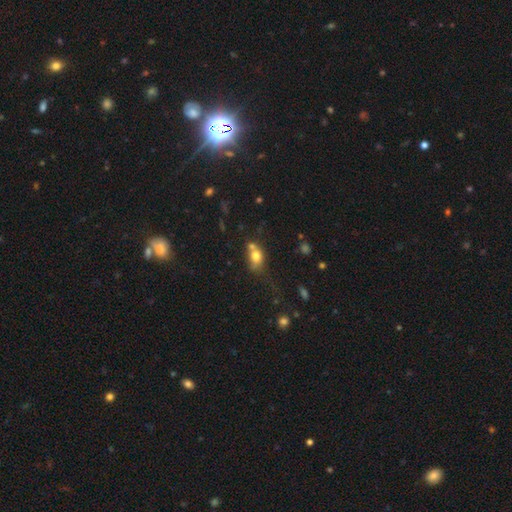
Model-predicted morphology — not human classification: Q: Smooth or featured?
A: smooth (72%); runner-up: featured or disk (17%)
Q: How rounded?
A: in between (59%); runner-up: round (37%)
Q: Merging?
A: merger (37%); runner-up: none (35%)